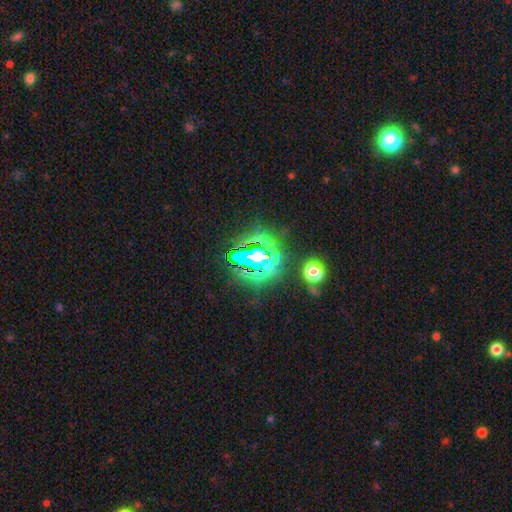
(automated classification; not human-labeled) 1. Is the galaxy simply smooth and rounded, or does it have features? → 69% star or artifact, 19% smooth, 12% featured or disk.